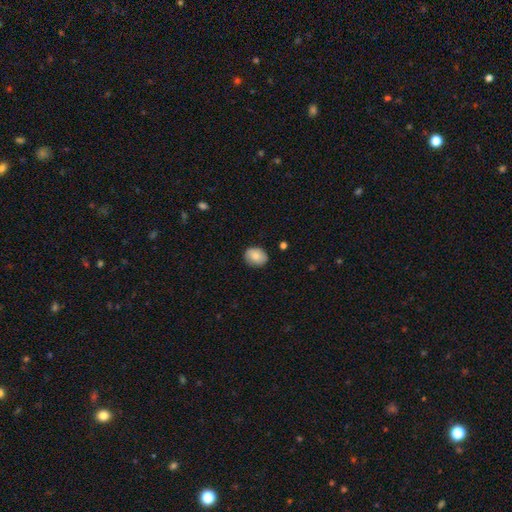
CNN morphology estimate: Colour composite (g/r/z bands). It shows a smooth galaxy with no disk features (84%) that is in between round and cigar-shaped (57%). Merging: none (83%).